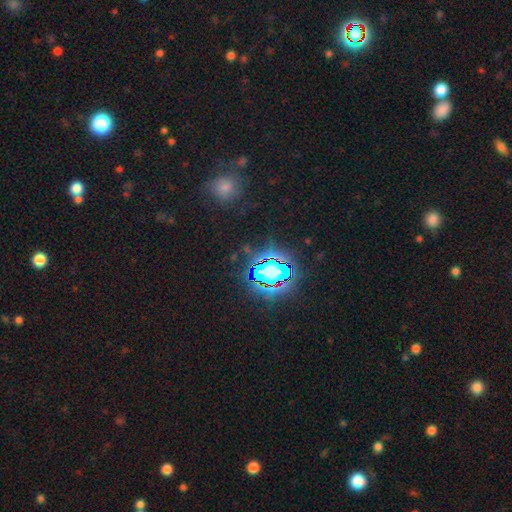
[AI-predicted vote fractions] smooth-or-featured: star or artifact: 76% | smooth: 17% | featured or disk: 7%